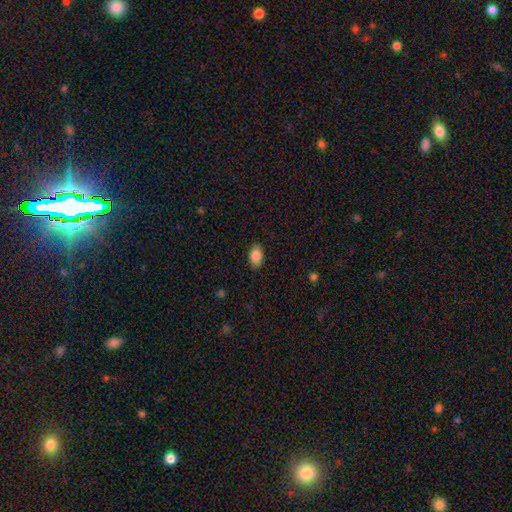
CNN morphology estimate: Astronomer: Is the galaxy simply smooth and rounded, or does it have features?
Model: smooth — 87%.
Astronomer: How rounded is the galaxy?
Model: in between — 90%.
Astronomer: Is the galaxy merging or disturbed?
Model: none — 87%.